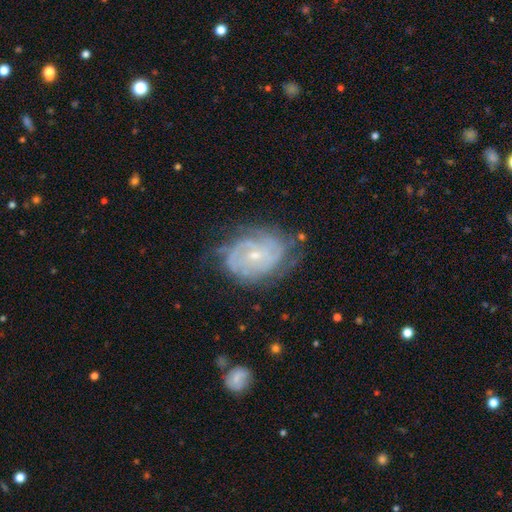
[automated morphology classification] The model was most divided on "spiral arm count": can't tell: 39%, 2: 23%, 3: 17%, 4: 11%, more than 4: 5%, 1: 5%. More confident: edge-on disk — no (97%); spiral arms — yes (93%); smooth or featured — featured or disk (81%); bulge size — small (73%); spiral winding — tight (69%); merging — none (65%); bar — no (60%).